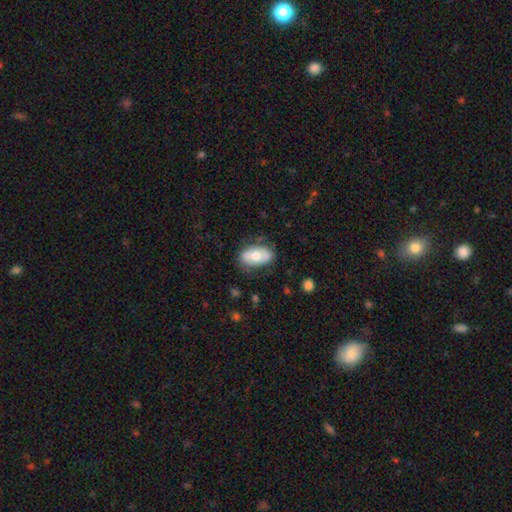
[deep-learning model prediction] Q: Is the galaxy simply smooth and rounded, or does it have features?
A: smooth — 60%.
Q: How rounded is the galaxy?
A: in between — 92%.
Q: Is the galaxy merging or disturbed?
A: none — 75%.